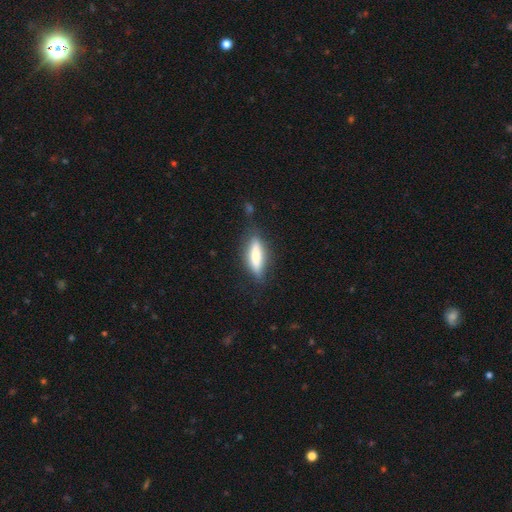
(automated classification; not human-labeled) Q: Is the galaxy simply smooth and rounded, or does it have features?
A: smooth — 60%.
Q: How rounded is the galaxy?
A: cigar-shaped — 63%.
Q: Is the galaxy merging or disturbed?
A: none — 78%.